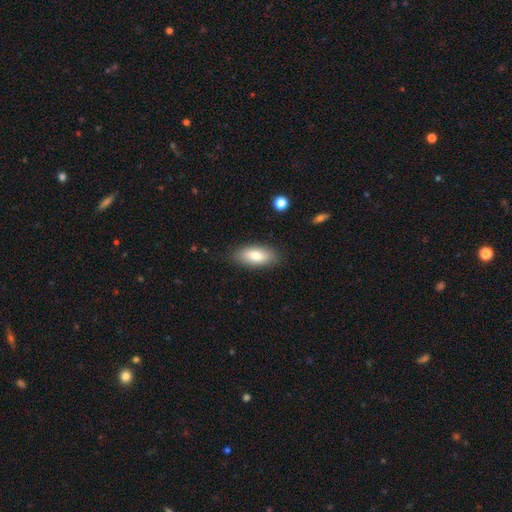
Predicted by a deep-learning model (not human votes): Morphology: type=smooth (77%); roundness=in between (87%); merging=none (85%).